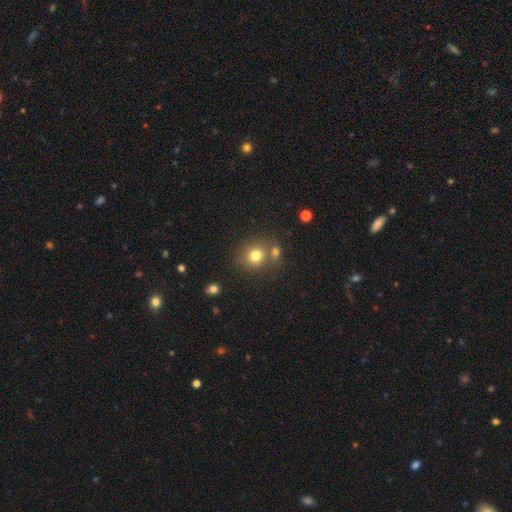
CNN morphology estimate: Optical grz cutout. It shows a smooth galaxy with no disk features (77%) that is round (83%). Merging: none (64%).